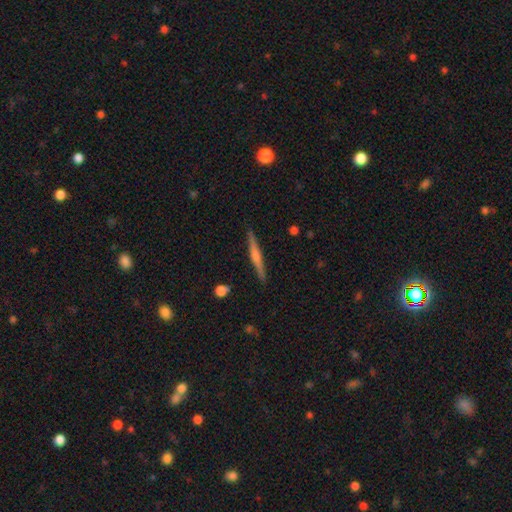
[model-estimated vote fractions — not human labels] Smooth or featured? featured or disk (67%)
Edge-on disk? yes (97%)
Edge-on bulge? rounded (75%)
Merging? none (90%)